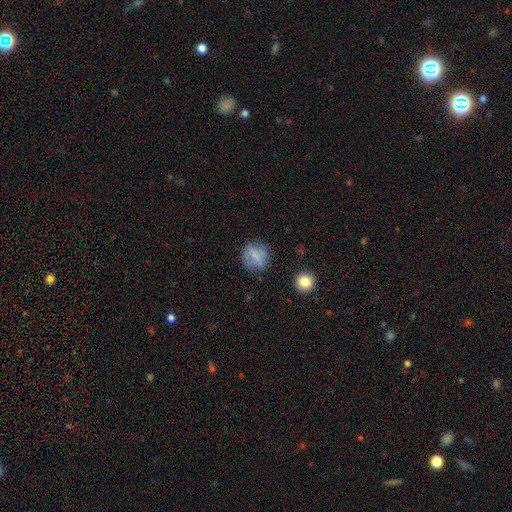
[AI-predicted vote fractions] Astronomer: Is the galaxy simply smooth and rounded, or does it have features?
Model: smooth — 69%.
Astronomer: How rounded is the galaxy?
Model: round — 78%.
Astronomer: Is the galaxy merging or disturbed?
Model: none — 70%.